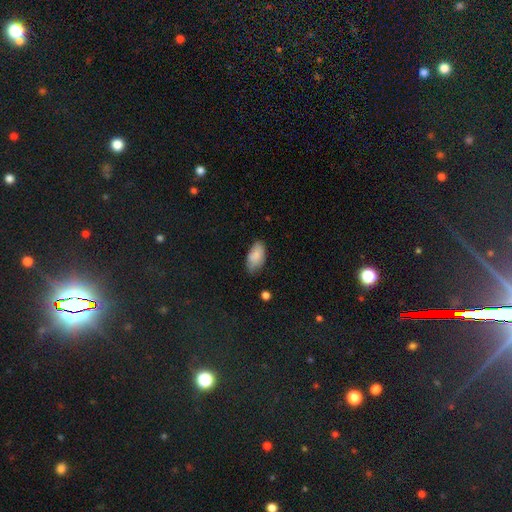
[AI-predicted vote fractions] Overall: smooth (84%). How rounded: in between (94%). Merging: none (67%; minor disturbance 27%).